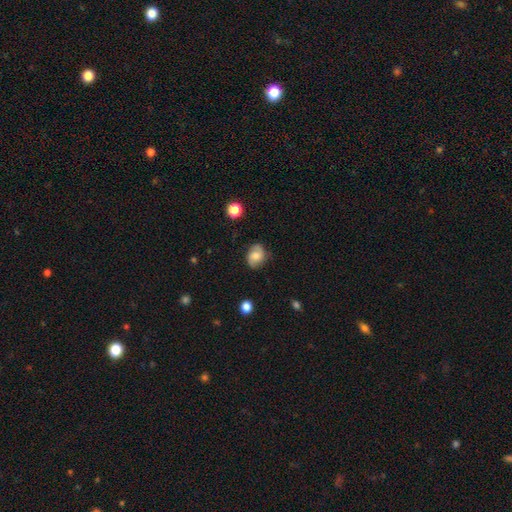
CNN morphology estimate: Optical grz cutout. It shows a smooth galaxy with no disk features (55%) that is in between round and cigar-shaped (55%). Merging: none (76%).